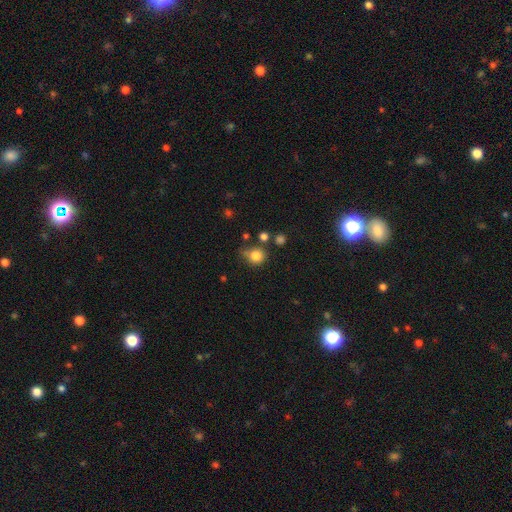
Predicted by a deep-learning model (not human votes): smooth_or_featured: smooth (p=0.82) [alt: star or artifact p=0.12]
how_rounded: round (p=0.84) [alt: in between p=0.15]
merging: none (p=0.63) [alt: minor disturbance p=0.22]